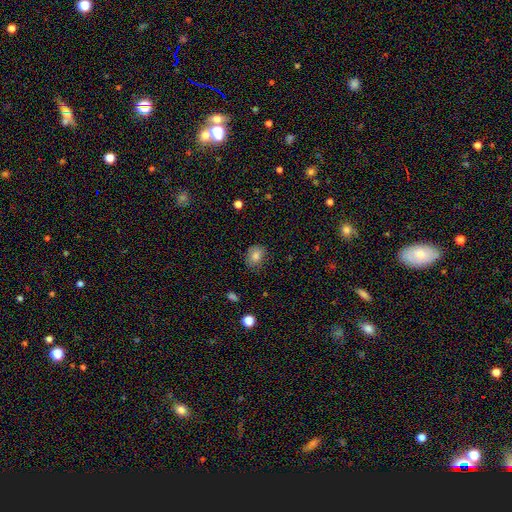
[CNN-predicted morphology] This is clearly a smooth galaxy (81%). How rounded: possibly round (55%). Merging: likely none (77%).